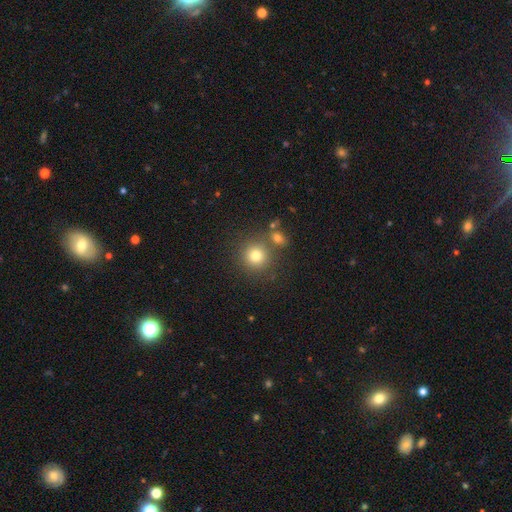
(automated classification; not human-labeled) This is likely a smooth galaxy (77%). How rounded: clearly round (92%). Merging: likely none (74%).